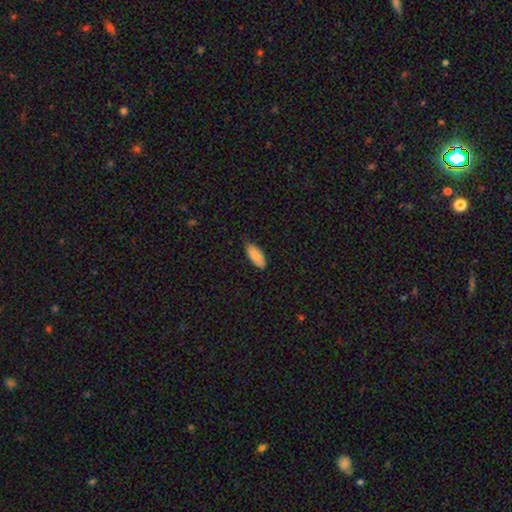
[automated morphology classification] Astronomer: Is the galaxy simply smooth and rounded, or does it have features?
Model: smooth — 85%.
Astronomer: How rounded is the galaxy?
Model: in between — 84%.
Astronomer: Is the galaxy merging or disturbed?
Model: none — 77%.